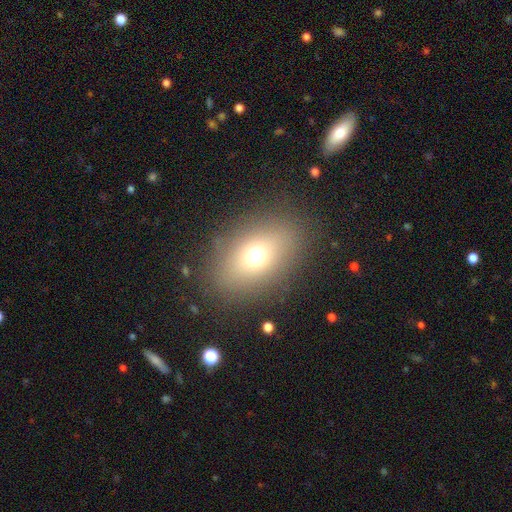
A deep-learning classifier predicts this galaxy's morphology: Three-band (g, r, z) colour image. It shows a smooth galaxy with no disk features (67%) that is in between round and cigar-shaped (72%). Merging: none (84%).